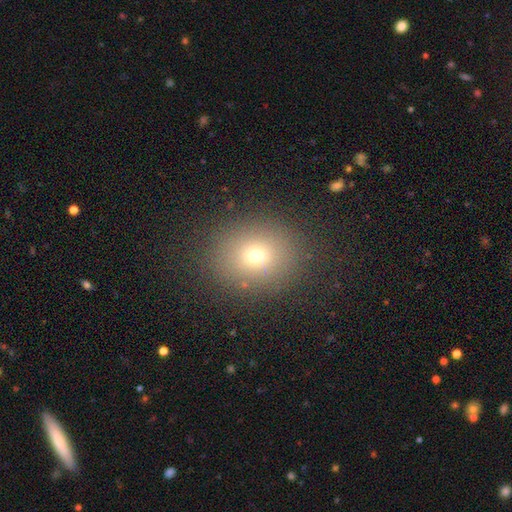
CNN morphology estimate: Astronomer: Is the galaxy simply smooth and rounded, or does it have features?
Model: smooth — 70%.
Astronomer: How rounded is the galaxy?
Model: round — 66%.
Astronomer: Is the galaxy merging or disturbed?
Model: none — 86%.